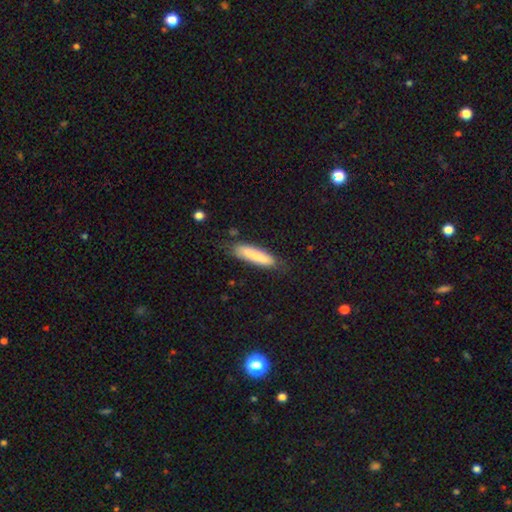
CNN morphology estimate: Q: Smooth or featured?
A: smooth (83%); runner-up: featured or disk (12%)
Q: How rounded?
A: cigar-shaped (76%); runner-up: in between (22%)
Q: Merging?
A: none (77%); runner-up: minor disturbance (18%)